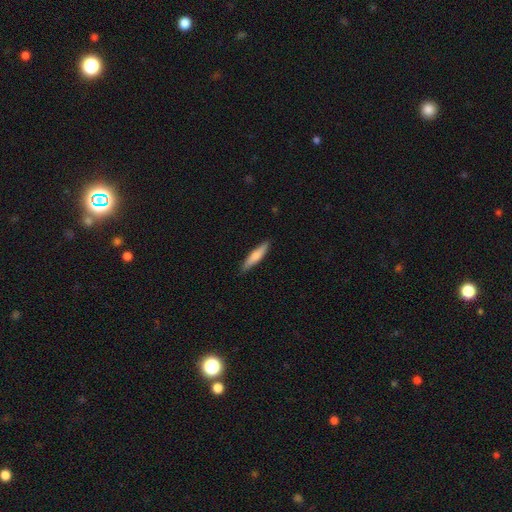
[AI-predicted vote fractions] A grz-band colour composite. It shows a smooth galaxy with no disk features (71%) that is cigar-shaped (84%). Merging: none (88%).